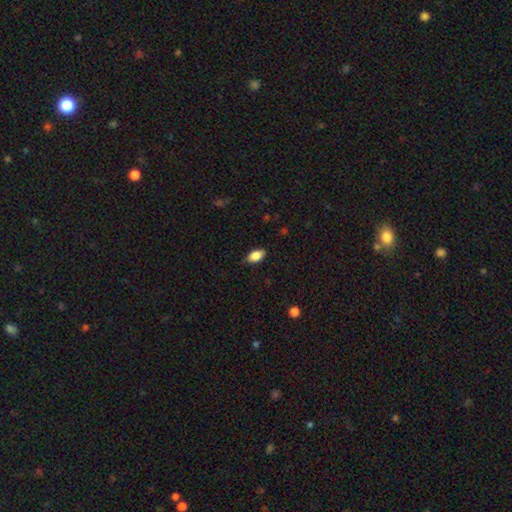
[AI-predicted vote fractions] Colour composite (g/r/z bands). It shows a smooth galaxy with no disk features (86%) that is in between round and cigar-shaped (90%). Merging: none (77%).